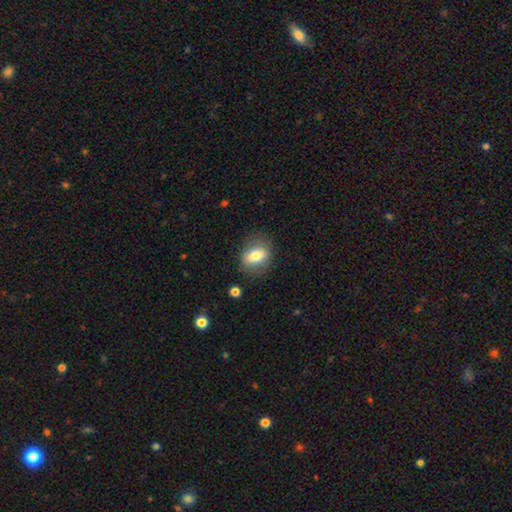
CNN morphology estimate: This is likely a smooth galaxy (70%). How rounded: likely in between (64%). Merging: likely none (77%).